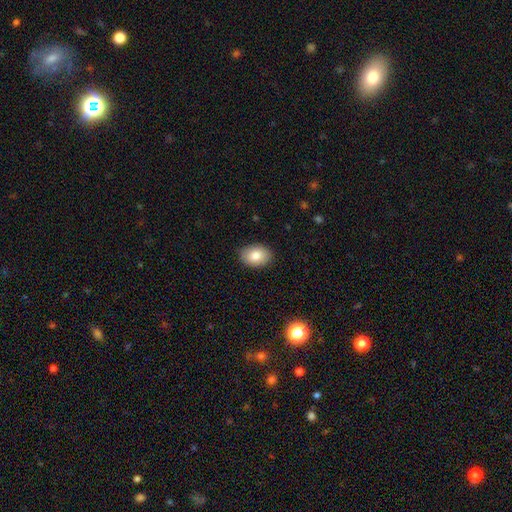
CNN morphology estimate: smooth_or_featured: smooth (p=0.84) [alt: featured or disk p=0.09]
how_rounded: in between (p=0.79) [alt: round p=0.21]
merging: none (p=0.87) [alt: minor disturbance p=0.10]